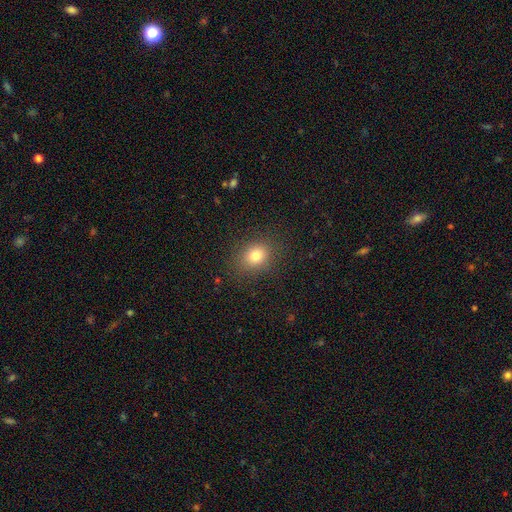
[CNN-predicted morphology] type=smooth (79%); roundness=round (53%); merging=none (86%).